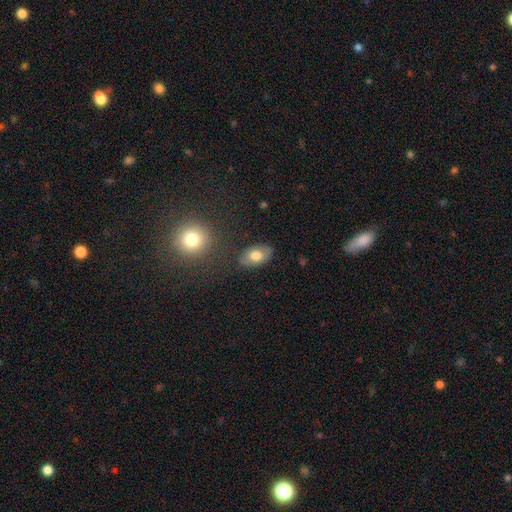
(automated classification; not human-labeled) This is likely a smooth galaxy (74%). How rounded: clearly in between (90%). Merging: clearly none (81%).